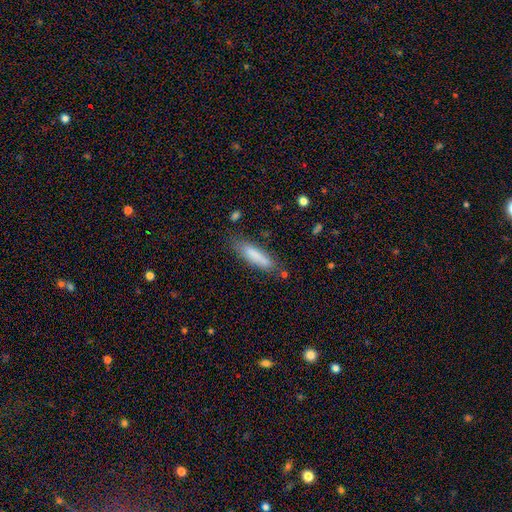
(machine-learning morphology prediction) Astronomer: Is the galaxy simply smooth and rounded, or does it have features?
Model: smooth — 82%.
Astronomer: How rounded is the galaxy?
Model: cigar-shaped — 69%.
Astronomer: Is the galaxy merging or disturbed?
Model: none — 76%.